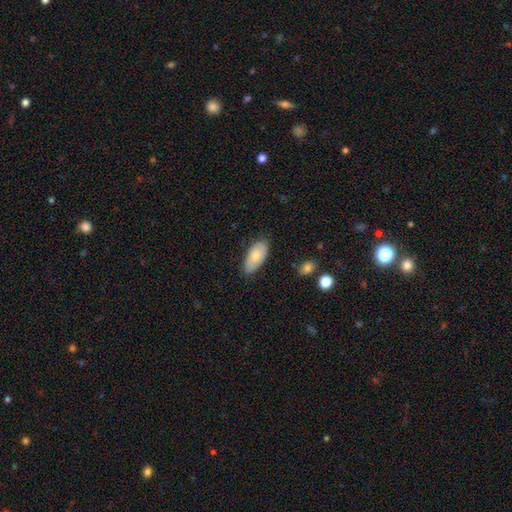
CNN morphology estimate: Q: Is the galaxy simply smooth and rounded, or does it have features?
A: smooth — 77%.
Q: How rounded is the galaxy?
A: in between — 93%.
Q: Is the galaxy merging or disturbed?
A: none — 77%.